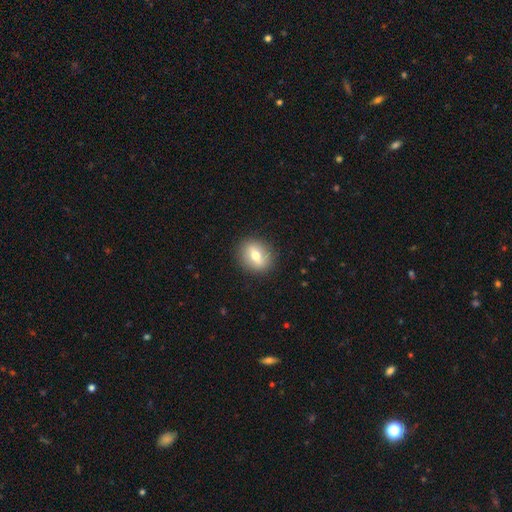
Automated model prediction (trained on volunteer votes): This appears to be a smooth galaxy with no disk features (61%) that is round (65%). Merging: none (88%).